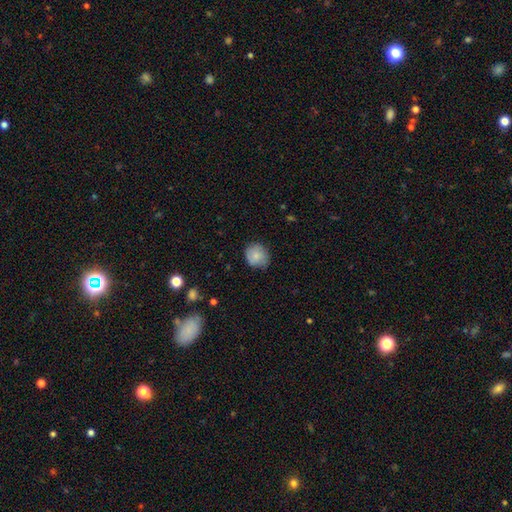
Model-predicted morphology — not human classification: smooth 79%, featured or disk 14%, star or artifact 7%. Down the decision tree: how rounded — round (83%); merging — none (75%).